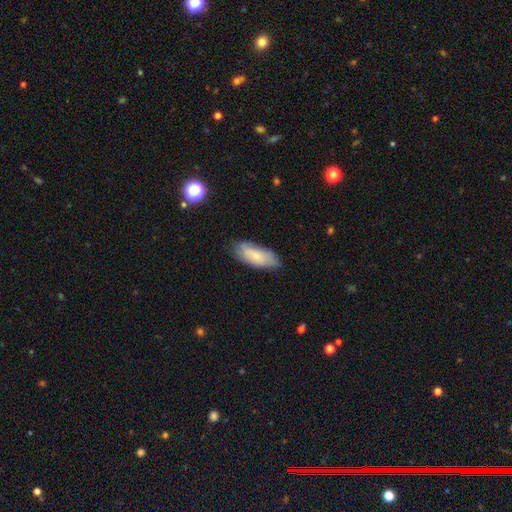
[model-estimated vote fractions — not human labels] smooth-or-featured: smooth: 68% | featured or disk: 25% | star or artifact: 7%
  how-rounded: in between: 81% | cigar-shaped: 17% | round: 2%
  merging: none: 70% | minor disturbance: 24% | major disturbance: 5% | merger: 2%